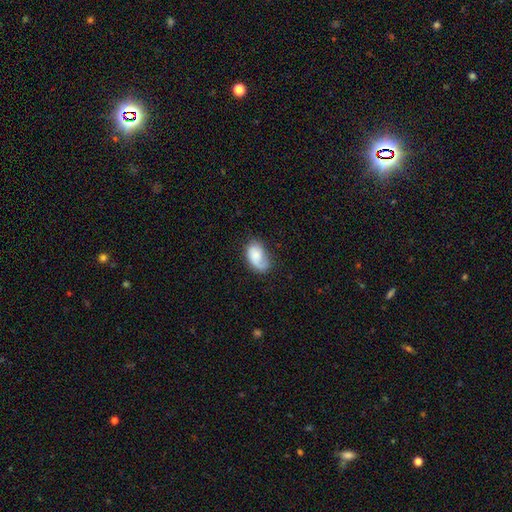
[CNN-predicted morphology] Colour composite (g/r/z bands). It shows a smooth galaxy with no disk features (57%) that is in between round and cigar-shaped (89%). Merging: none (58%).